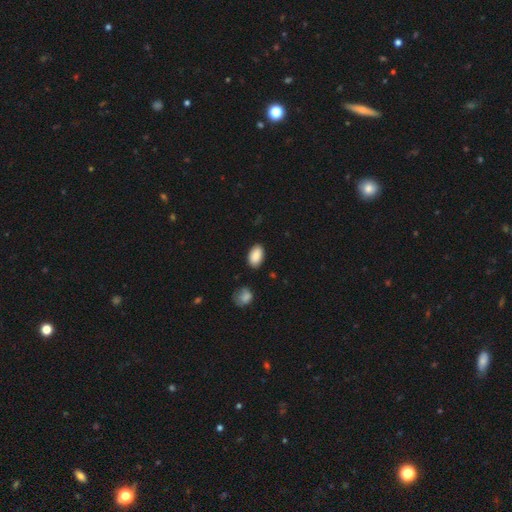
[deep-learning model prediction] Smooth or featured?
  - smooth: 89% *
  - star or artifact: 7%
  - featured or disk: 4%
How rounded?
  - in between: 93% *
  - round: 5%
  - cigar-shaped: 1%
Merging?
  - none: 84% *
  - minor disturbance: 11%
  - major disturbance: 2%
  - merger: 2%